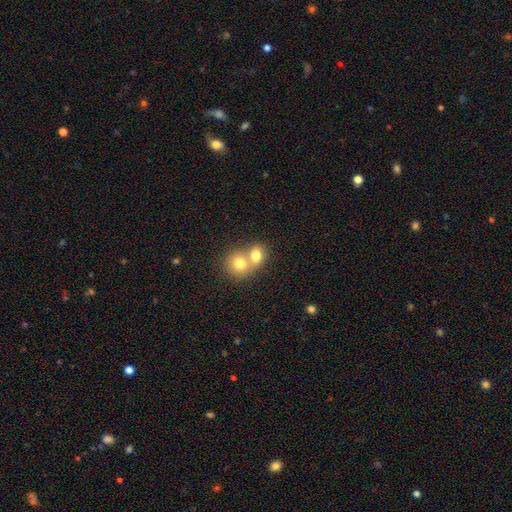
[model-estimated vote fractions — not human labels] Smooth or featured?
  - smooth: 75% *
  - featured or disk: 15%
  - star or artifact: 10%
How rounded?
  - round: 62% *
  - in between: 37%
  - cigar-shaped: 1%
Merging?
  - merger: 67% *
  - none: 25%
  - minor disturbance: 5%
  - major disturbance: 2%